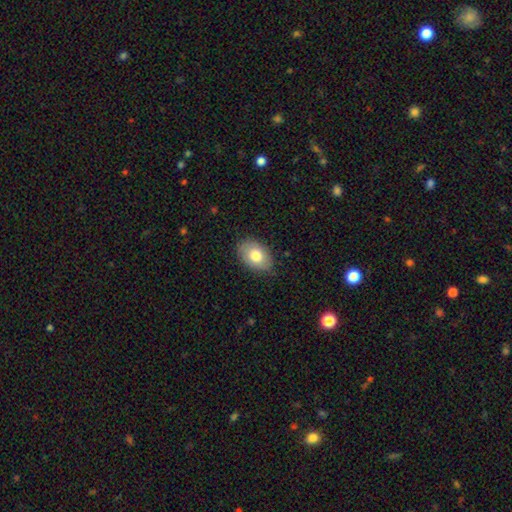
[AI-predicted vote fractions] Smooth or featured? smooth (76%)
How rounded? in between (87%)
Merging? none (82%)